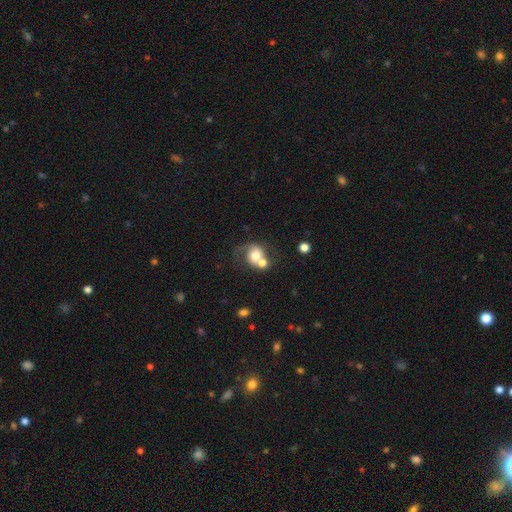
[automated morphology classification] Smooth or featured? Predicted: smooth (p=0.51). How rounded? Predicted: round (p=0.64). Merging? Predicted: merger (p=0.52).